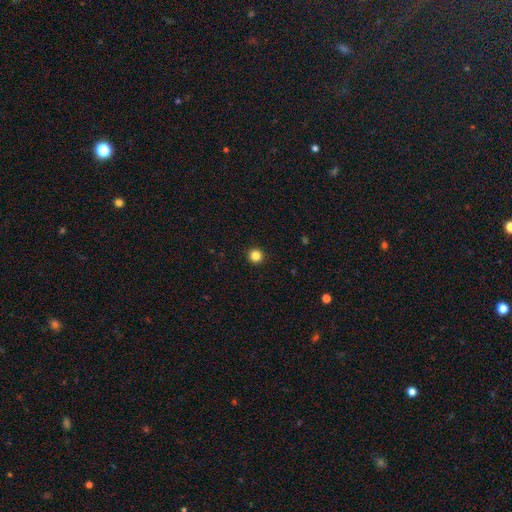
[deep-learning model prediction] This appears to be a smooth galaxy with no disk features (84%) that is round (96%). Merging: none (94%).